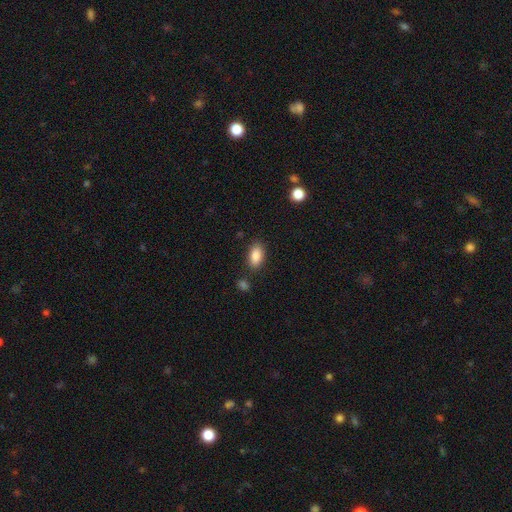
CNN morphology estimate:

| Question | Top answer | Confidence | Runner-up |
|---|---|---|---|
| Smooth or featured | smooth | 86% | star or artifact (8%) |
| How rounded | in between | 91% | round (5%) |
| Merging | none | 83% | minor disturbance (11%) |